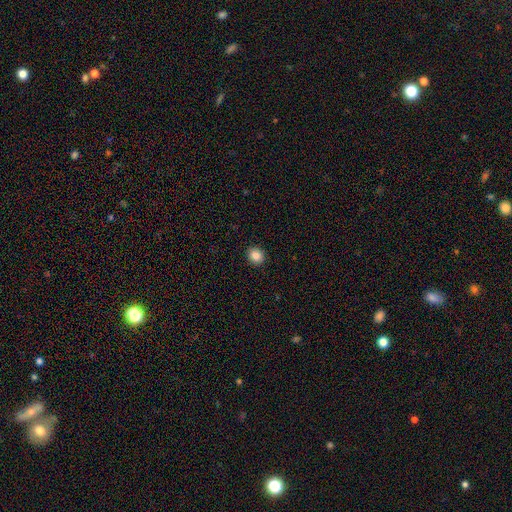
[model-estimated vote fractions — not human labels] Q: Smooth or featured?
A: smooth (85%); runner-up: star or artifact (10%)
Q: How rounded?
A: round (77%); runner-up: in between (22%)
Q: Merging?
A: none (92%); runner-up: minor disturbance (5%)